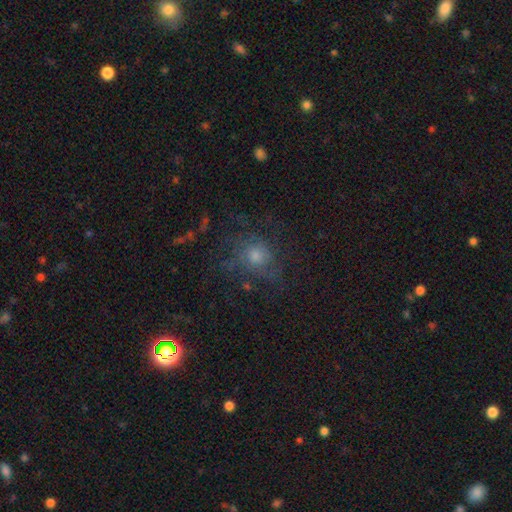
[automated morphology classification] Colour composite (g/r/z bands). It shows a smooth galaxy with no disk features (44%). Merging: none (57%).